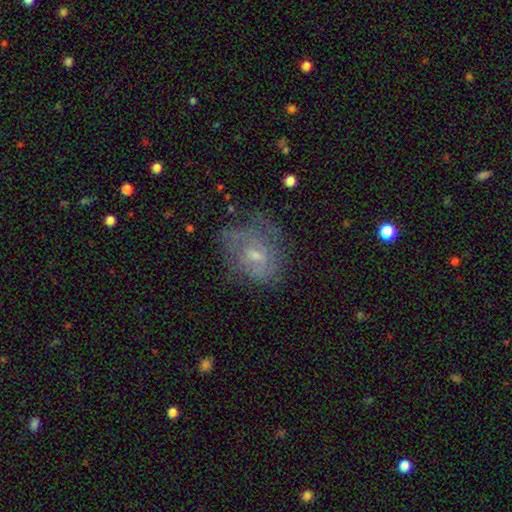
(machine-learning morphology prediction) A featured or disk galaxy (57%) with no bar (51%), spiral arms (57%) and a small central bulge (53%). Merging: none (47%).